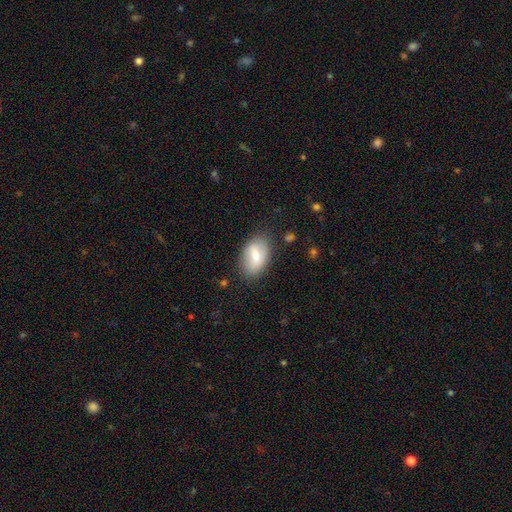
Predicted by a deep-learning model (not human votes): A smooth galaxy with no disk features (74%) that is in between round and cigar-shaped (91%). Merging: none (78%).